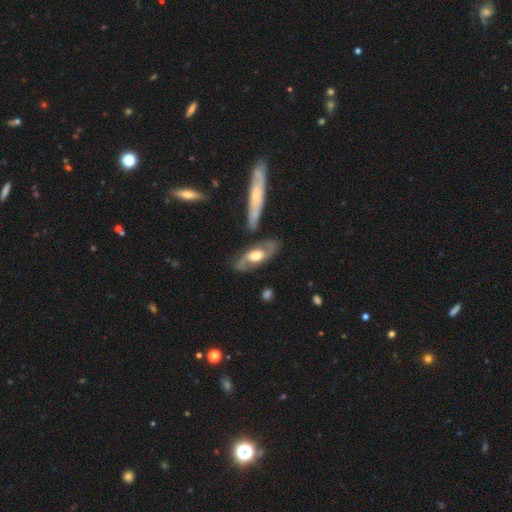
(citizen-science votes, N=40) Q: Smooth or featured?
A: featured or disk (68%); runner-up: smooth (22%)
Q: Edge-on disk?
A: no (78%); runner-up: yes (22%)
Q: Bar?
A: weak (48%); runner-up: no (43%)
Q: Spiral arms?
A: yes (90%); runner-up: no (10%)
Q: Spiral winding?
A: medium (53%); runner-up: loose (26%)
Q: Spiral arm count?
A: 2 (100%)
Q: Bulge size?
A: moderate (57%); runner-up: large (43%)
Q: Merging?
A: none (72%); runner-up: minor disturbance (11%)